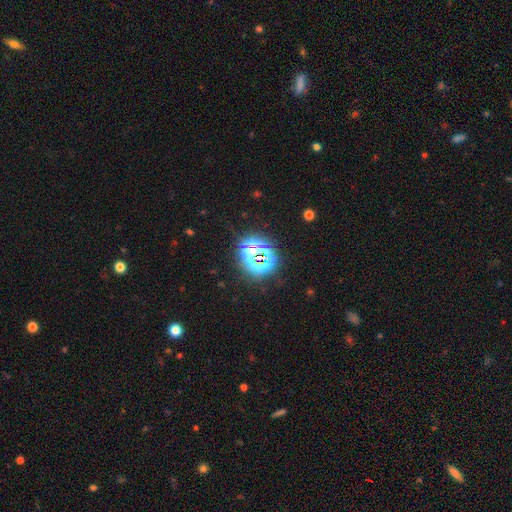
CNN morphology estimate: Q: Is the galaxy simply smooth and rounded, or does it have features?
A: star or artifact — 77%.